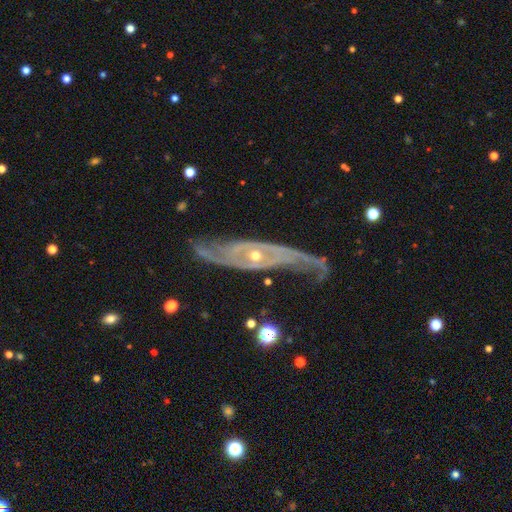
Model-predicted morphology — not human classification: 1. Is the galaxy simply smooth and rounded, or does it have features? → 89% featured or disk, 6% smooth, 5% star or artifact.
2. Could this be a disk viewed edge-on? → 82% no, 18% yes.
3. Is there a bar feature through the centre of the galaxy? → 71% no, 20% weak, 10% strong.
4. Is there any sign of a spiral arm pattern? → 92% yes, 8% no.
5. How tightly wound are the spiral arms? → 38% medium, 32% tight, 30% loose.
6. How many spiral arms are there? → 78% 2, 10% can't tell, 4% 3, 3% 1, 2% 4, 2% more than 4.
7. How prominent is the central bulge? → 49% small, 47% moderate, 2% large, 1% none, 1% dominant.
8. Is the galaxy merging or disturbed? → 60% none, 21% minor disturbance, 15% major disturbance, 3% merger.